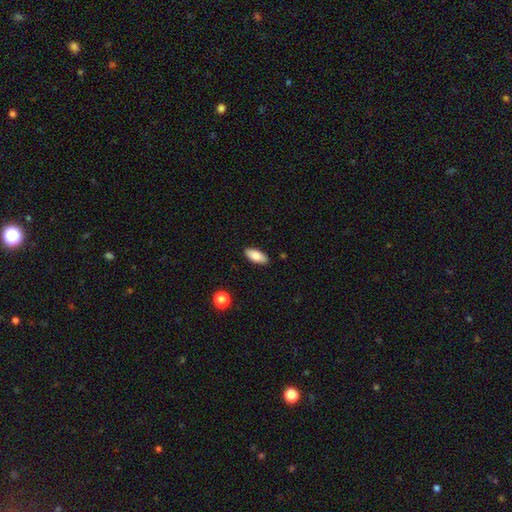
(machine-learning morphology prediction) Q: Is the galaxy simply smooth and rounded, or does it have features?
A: smooth — 85%.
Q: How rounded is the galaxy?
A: in between — 88%.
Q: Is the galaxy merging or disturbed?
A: none — 88%.